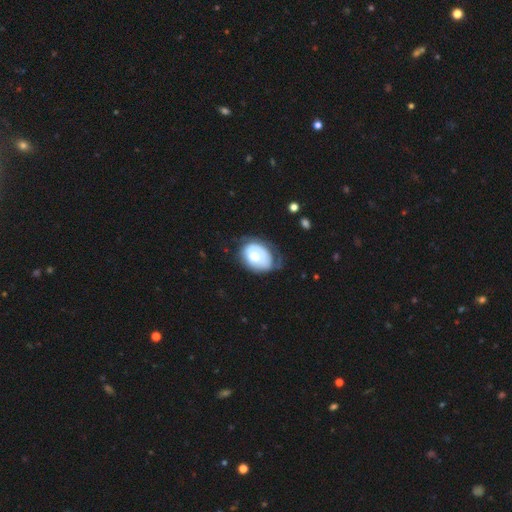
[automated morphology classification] type=smooth (51%); roundness=in between (71%); merging=none (42%).